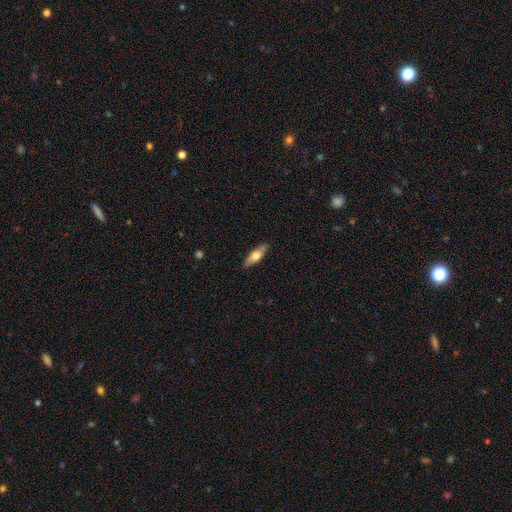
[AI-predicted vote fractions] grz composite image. It shows a smooth galaxy with no disk features (57%) that is in between round and cigar-shaped (51%). Merging: none (87%).